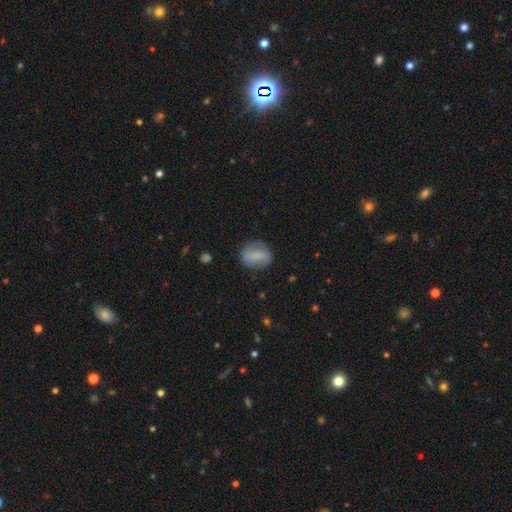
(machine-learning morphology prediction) Q: Smooth or featured?
A: smooth (65%); runner-up: featured or disk (27%)
Q: How rounded?
A: round (52%); runner-up: in between (45%)
Q: Merging?
A: none (80%); runner-up: minor disturbance (14%)